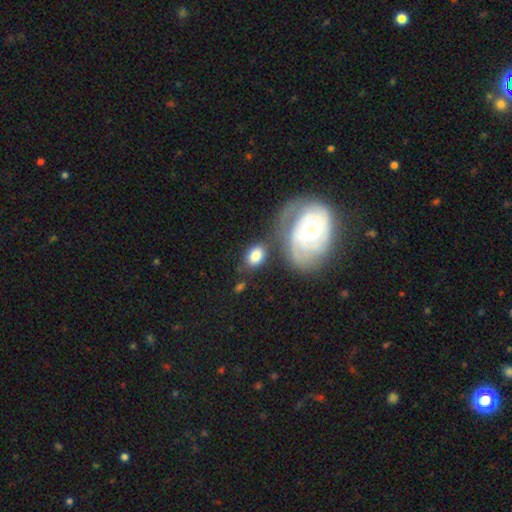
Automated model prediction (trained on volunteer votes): smooth 72%, featured or disk 21%, star or artifact 7%. Down the decision tree: how rounded — in between (75%); merging — none (57%).